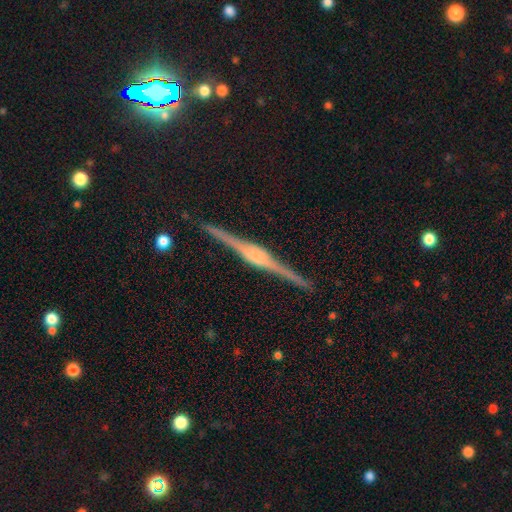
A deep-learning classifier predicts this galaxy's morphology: smooth_or_featured: featured or disk (p=0.87) [alt: smooth p=0.07]
disk_edge_on: yes (p=0.98) [alt: no p=0.02]
edge_on_bulge: rounded (p=0.59) [alt: boxy p=0.34]
merging: none (p=0.90) [alt: minor disturbance p=0.07]